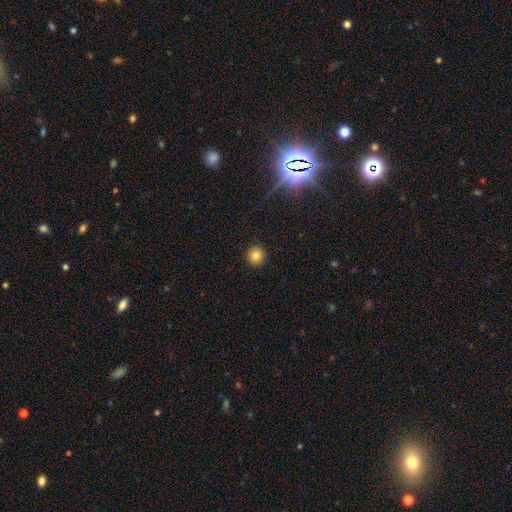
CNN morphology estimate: This is clearly a smooth galaxy (81%). How rounded: clearly round (92%). Merging: clearly none (92%).